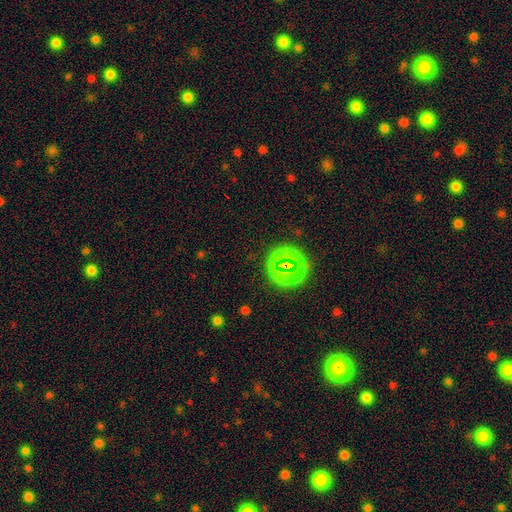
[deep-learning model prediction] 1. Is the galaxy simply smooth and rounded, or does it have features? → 68% star or artifact, 21% smooth, 12% featured or disk.